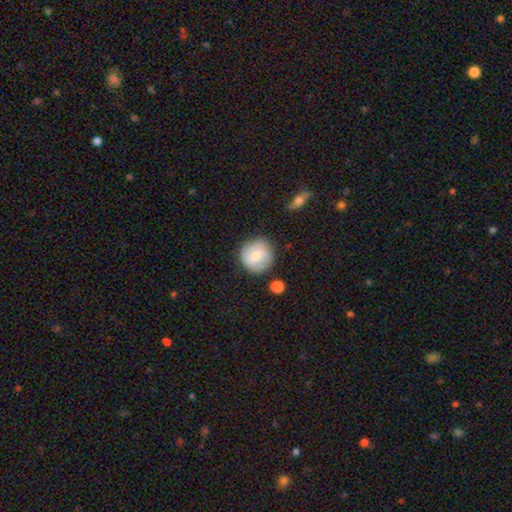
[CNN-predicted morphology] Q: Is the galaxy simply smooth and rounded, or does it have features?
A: smooth — 69%.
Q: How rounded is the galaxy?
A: round — 92%.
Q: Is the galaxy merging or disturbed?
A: none — 80%.